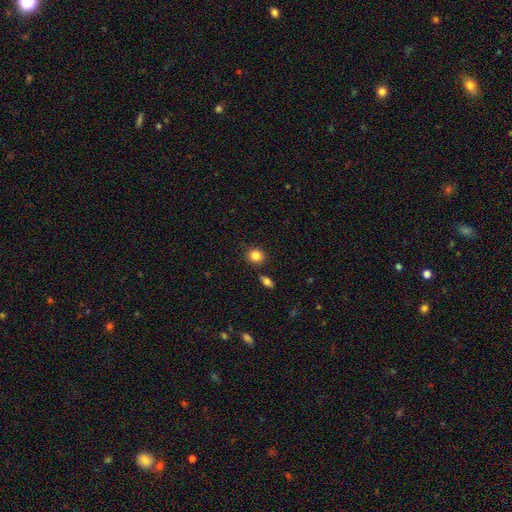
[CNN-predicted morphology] smooth-or-featured: smooth: 84% | star or artifact: 10% | featured or disk: 6%
  how-rounded: round: 80% | in between: 19% | cigar-shaped: 1%
  merging: none: 83% | minor disturbance: 10% | merger: 5% | major disturbance: 2%